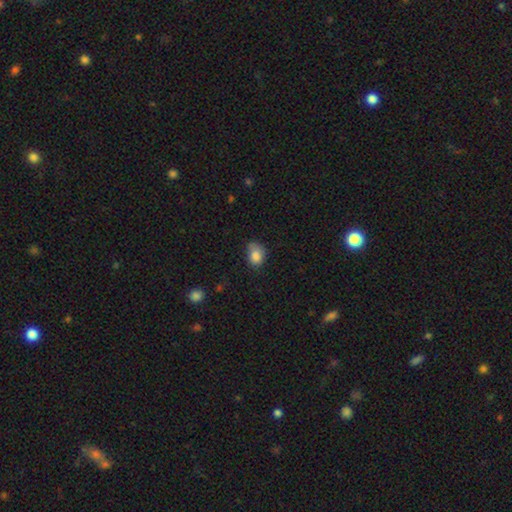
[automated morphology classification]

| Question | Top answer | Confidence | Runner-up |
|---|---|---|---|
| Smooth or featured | smooth | 84% | star or artifact (9%) |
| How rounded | in between | 62% | round (37%) |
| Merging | none | 47% | minor disturbance (37%) |